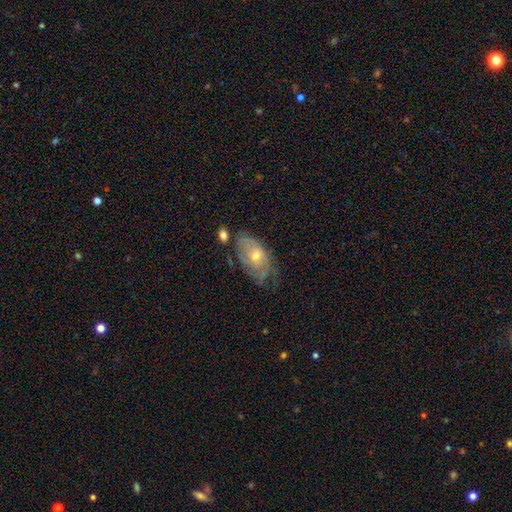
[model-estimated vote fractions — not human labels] smooth-or-featured: featured or disk: 69% | smooth: 23% | star or artifact: 8%
  disk-edge-on: no: 94% | yes: 6%
    bar: no: 77% | weak: 20% | strong: 3%
    has-spiral-arms: yes: 77% | no: 23%
    bulge-size: moderate: 53% | small: 42% | large: 2% | none: 1% | dominant: 1%
  merging: none: 50% | minor disturbance: 28% | major disturbance: 16% | merger: 5%